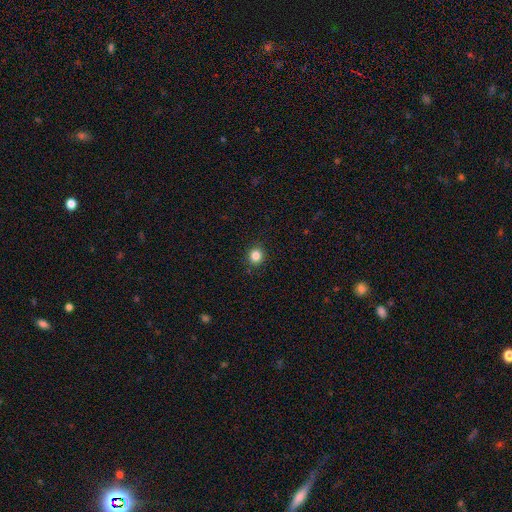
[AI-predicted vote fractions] The model was most divided on "smooth or featured": smooth: 84%, star or artifact: 11%, featured or disk: 4%. More confident: merging — none (90%); how rounded — round (89%).